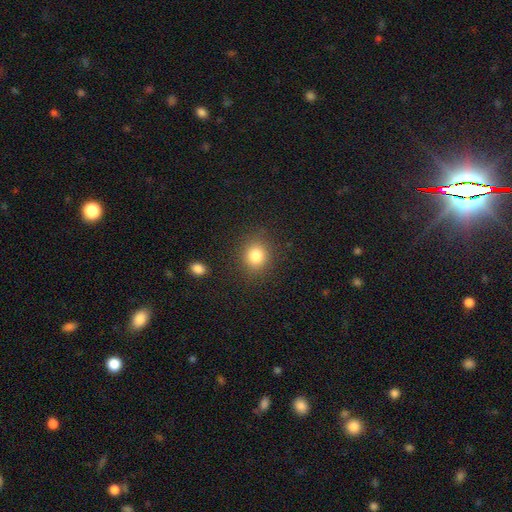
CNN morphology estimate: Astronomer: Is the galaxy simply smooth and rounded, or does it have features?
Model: smooth — 83%.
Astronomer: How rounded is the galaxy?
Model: round — 73%.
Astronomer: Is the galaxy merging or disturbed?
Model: none — 86%.